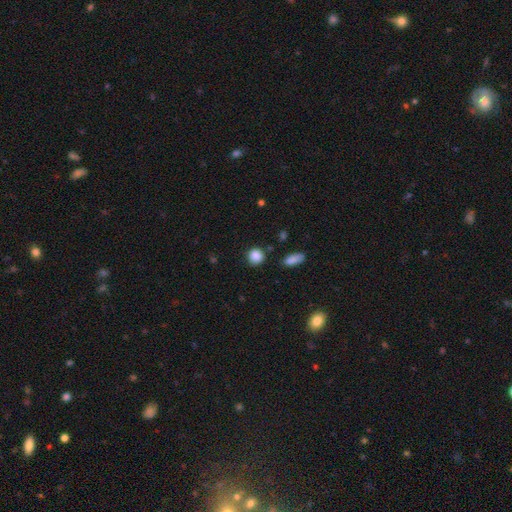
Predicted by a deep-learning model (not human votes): Smooth or featured? smooth (87%)
How rounded? round (86%)
Merging? none (83%)